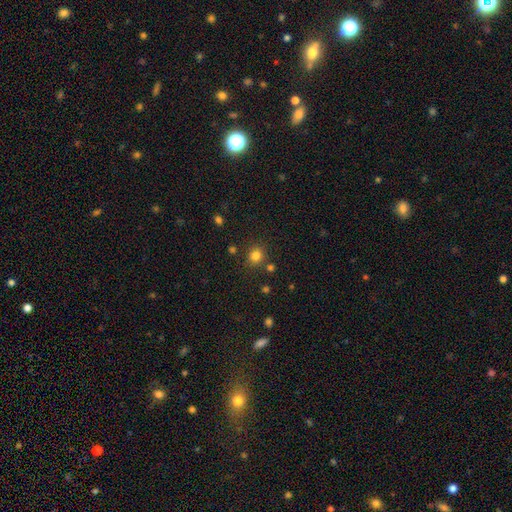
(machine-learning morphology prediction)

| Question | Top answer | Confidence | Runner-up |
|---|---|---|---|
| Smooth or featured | smooth | 81% | star or artifact (14%) |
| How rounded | round | 86% | in between (14%) |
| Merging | none | 82% | minor disturbance (8%) |